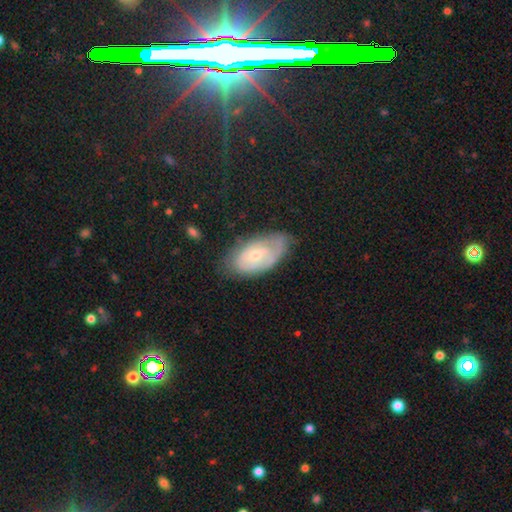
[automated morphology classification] featured or disk 56%, smooth 37%, star or artifact 7%. Down the decision tree: edge-on disk — no (92%); bar — no (78%); spiral arms — yes (62%); bulge size — small (58%); merging — none (57%).